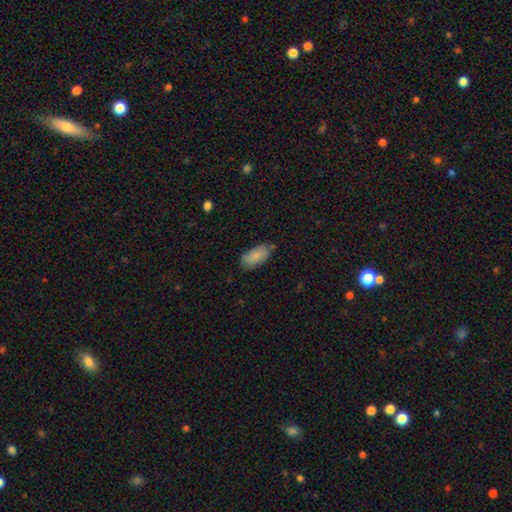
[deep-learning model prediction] Smooth or featured? smooth (83%)
How rounded? in between (92%)
Merging? none (70%)